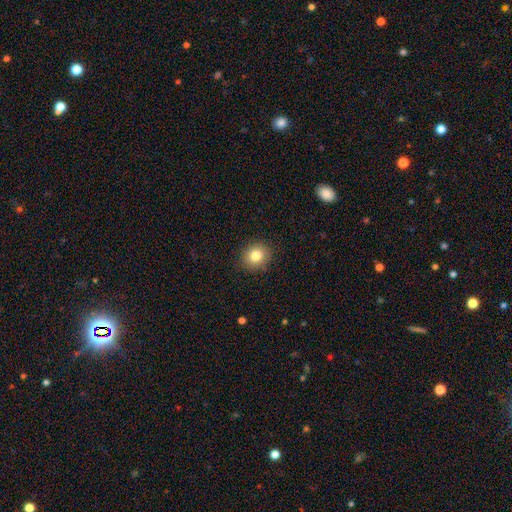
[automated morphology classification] Smooth or featured?
  - smooth: 82% *
  - star or artifact: 10%
  - featured or disk: 8%
How rounded?
  - round: 77% *
  - in between: 22%
  - cigar-shaped: 1%
Merging?
  - none: 89% *
  - minor disturbance: 8%
  - major disturbance: 2%
  - merger: 1%